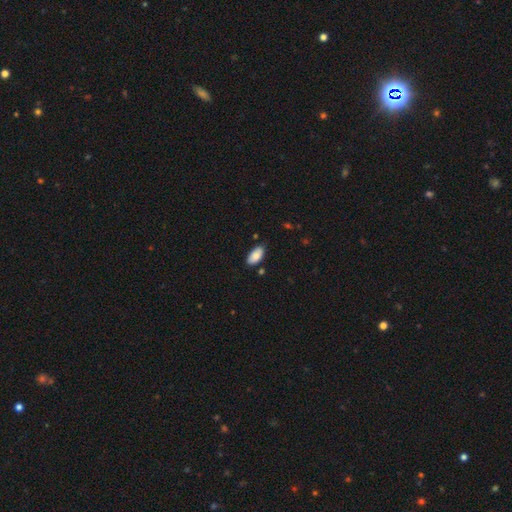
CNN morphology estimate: Smooth or featured?
  - smooth: 86% *
  - featured or disk: 8%
  - star or artifact: 6%
How rounded?
  - in between: 93% *
  - cigar-shaped: 5%
  - round: 2%
Merging?
  - none: 81% *
  - minor disturbance: 15%
  - major disturbance: 2%
  - merger: 2%